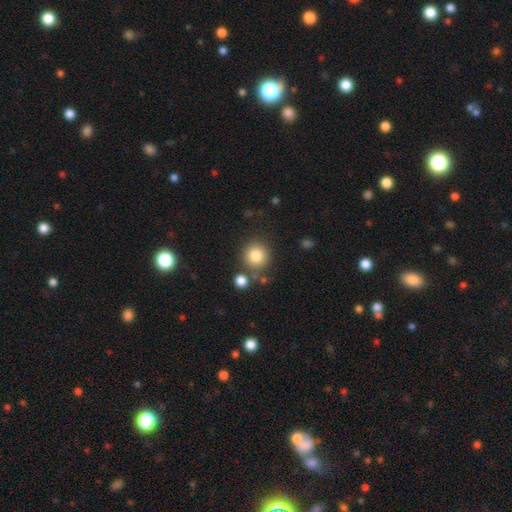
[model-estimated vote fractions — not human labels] Q: Smooth or featured?
A: smooth (82%); runner-up: star or artifact (11%)
Q: How rounded?
A: round (92%); runner-up: in between (7%)
Q: Merging?
A: none (77%); runner-up: minor disturbance (10%)